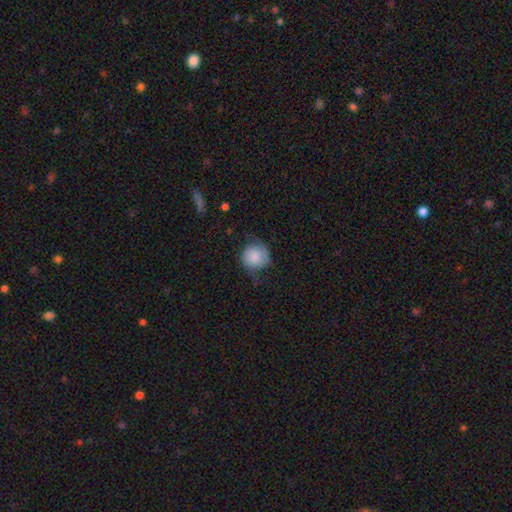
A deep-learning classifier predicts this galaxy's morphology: smooth_or_featured: smooth (p=0.72) [alt: featured or disk p=0.20]
how_rounded: round (p=0.85) [alt: in between p=0.14]
merging: none (p=0.53) [alt: minor disturbance p=0.32]